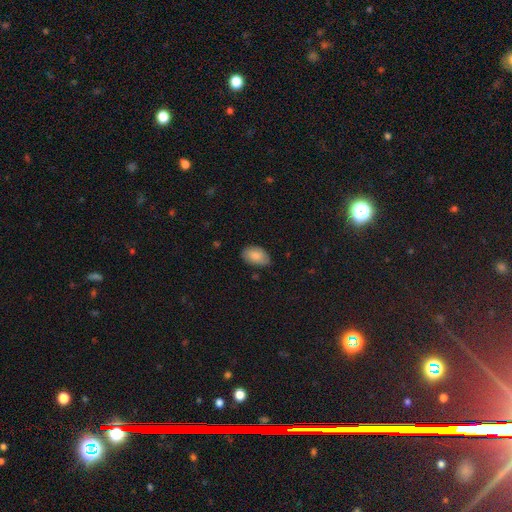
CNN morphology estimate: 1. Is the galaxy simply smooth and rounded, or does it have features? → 84% smooth, 9% featured or disk, 7% star or artifact.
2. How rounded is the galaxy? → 92% in between, 7% round, 1% cigar-shaped.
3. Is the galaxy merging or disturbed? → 72% none, 23% minor disturbance, 3% major disturbance, 1% merger.